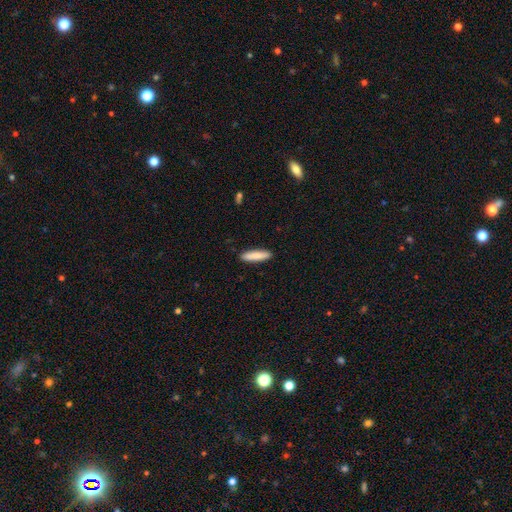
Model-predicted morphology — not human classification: This appears to be a smooth galaxy with no disk features (85%) that is cigar-shaped (79%). Merging: none (91%).